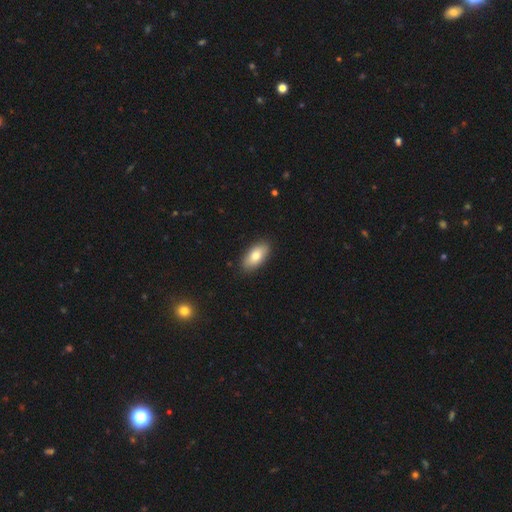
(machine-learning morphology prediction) A smooth galaxy with no disk features (78%) that is in between round and cigar-shaped (91%). Merging: none (89%).